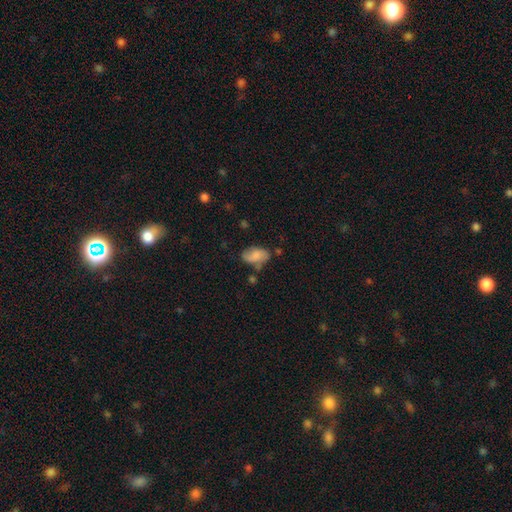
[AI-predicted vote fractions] smooth-or-featured: smooth: 63% | featured or disk: 28% | star or artifact: 9%
  how-rounded: in between: 90% | round: 8% | cigar-shaped: 2%
  merging: none: 52% | minor disturbance: 29% | major disturbance: 11% | merger: 8%